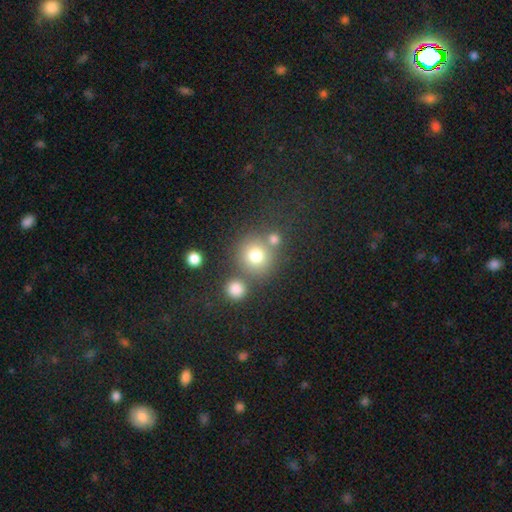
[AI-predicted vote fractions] The model was most divided on "merging": none: 67%, merger: 20%, minor disturbance: 9%, major disturbance: 4%. More confident: how rounded — round (91%); smooth or featured — smooth (76%).